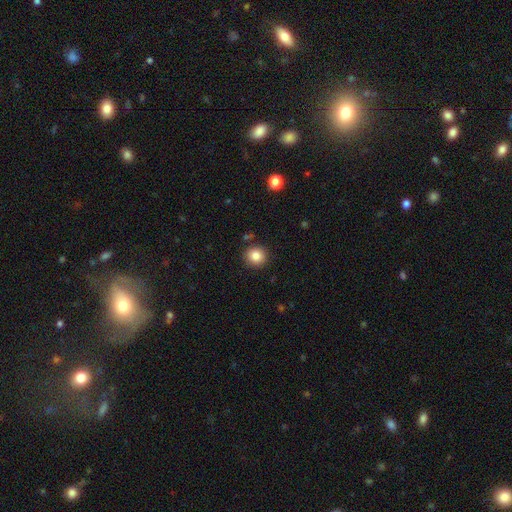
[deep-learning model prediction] smooth 84%, star or artifact 10%, featured or disk 6%. Down the decision tree: how rounded — round (91%); merging — none (89%).